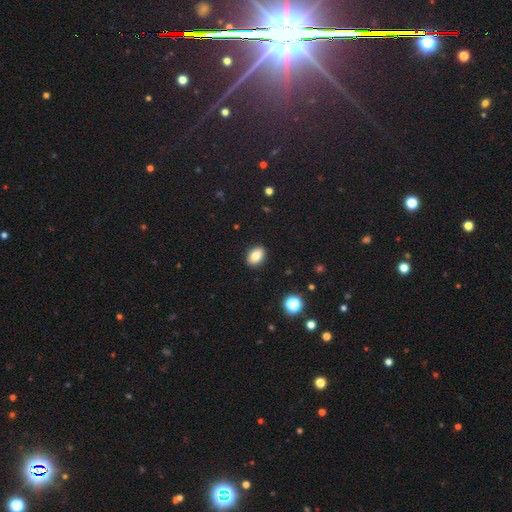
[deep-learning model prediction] The model was most divided on "how rounded": in between: 79%, round: 19%, cigar-shaped: 2%. More confident: merging — none (89%); smooth or featured — smooth (82%).